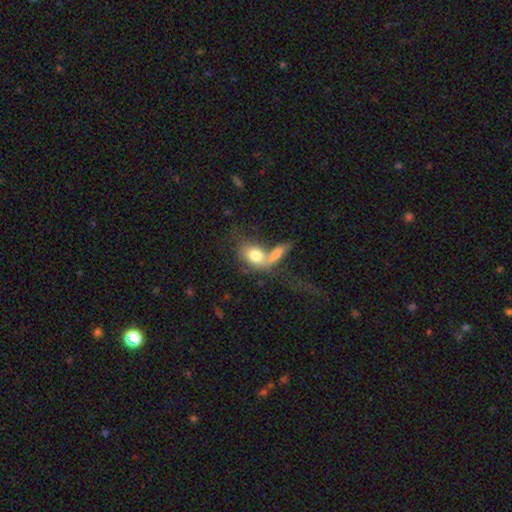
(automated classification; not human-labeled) Smooth or featured? Predicted: smooth (p=0.71). How rounded? Predicted: in between (p=0.72). Merging? Predicted: merger (p=0.55).